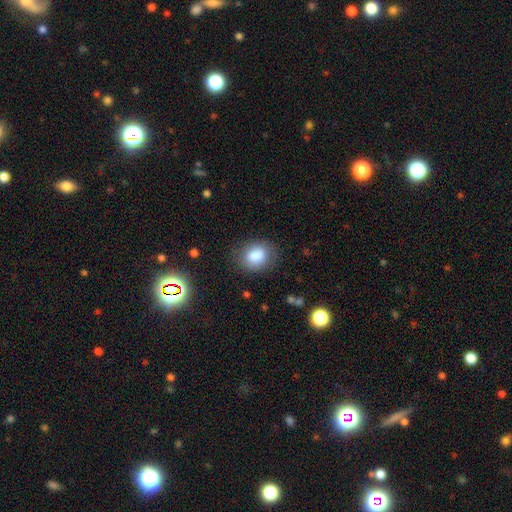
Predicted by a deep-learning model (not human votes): The model was most divided on "how rounded": in between: 59%, round: 39%, cigar-shaped: 1%. More confident: smooth or featured — smooth (83%); merging — none (77%).